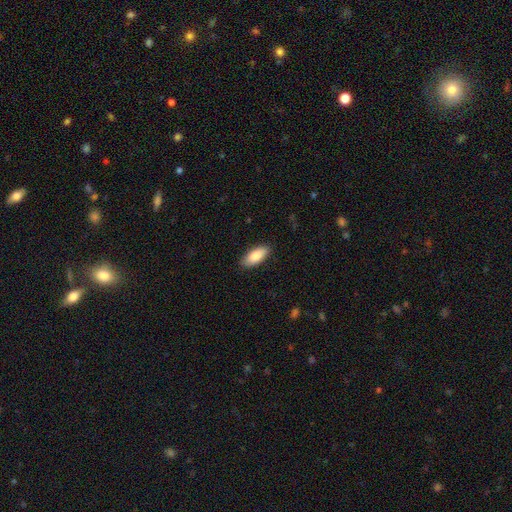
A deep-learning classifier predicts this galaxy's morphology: Overall: smooth (85%). How rounded: in between (87%). Merging: none (88%).